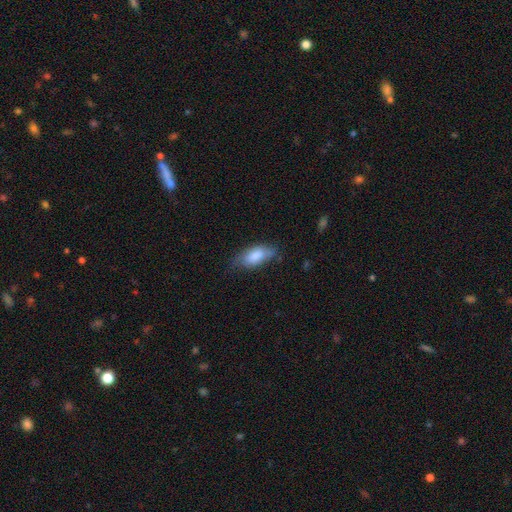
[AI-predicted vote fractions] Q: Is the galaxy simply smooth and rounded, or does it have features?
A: smooth — 79%.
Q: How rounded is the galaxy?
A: in between — 85%.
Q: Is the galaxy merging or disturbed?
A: none — 59%.